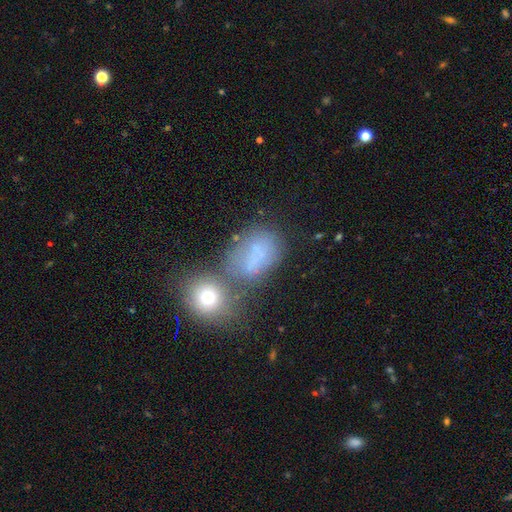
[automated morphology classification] A smooth galaxy with no disk features (61%) that is in between round and cigar-shaped (70%).

Vote fractions:
- Smooth or featured? smooth: 61% / featured or disk: 22% / star or artifact: 17%
- How rounded? in between: 70% / round: 28% / cigar-shaped: 2%
- Merging? none: 37% / merger: 30% / minor disturbance: 20% / major disturbance: 14%